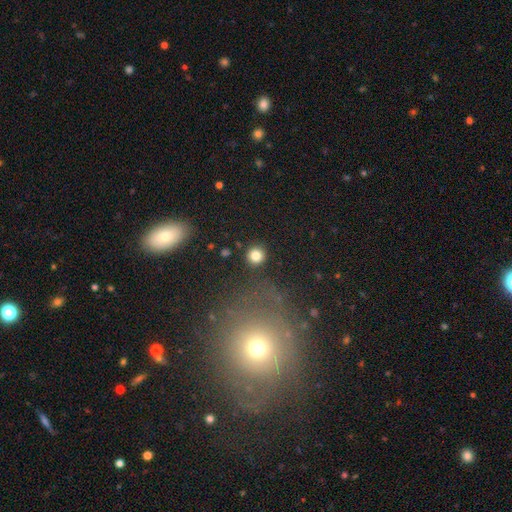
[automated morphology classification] Smooth or featured?
  - smooth: 82% *
  - star or artifact: 12%
  - featured or disk: 6%
How rounded?
  - round: 94% *
  - in between: 5%
  - cigar-shaped: 1%
Merging?
  - none: 90% *
  - minor disturbance: 5%
  - major disturbance: 2%
  - merger: 2%